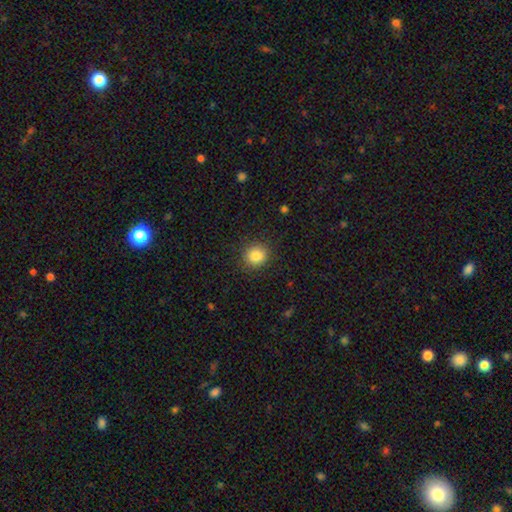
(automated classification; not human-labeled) A smooth galaxy with no disk features (85%) that is round (86%). Merging: none (87%).